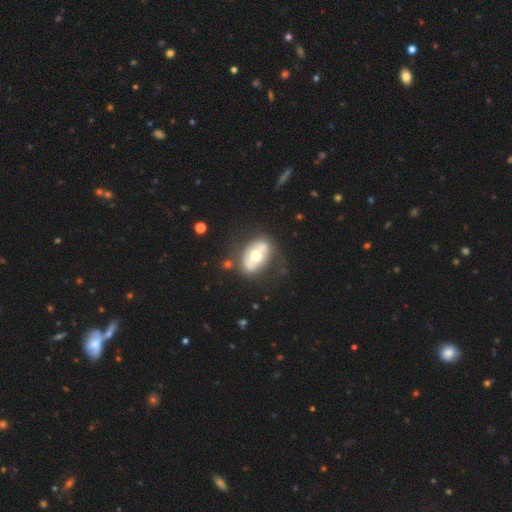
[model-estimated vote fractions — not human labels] Smooth or featured?
  - featured or disk: 53% *
  - smooth: 41%
  - star or artifact: 6%
Edge-on disk?
  - no: 90% *
  - yes: 10%
Merging?
  - none: 65% *
  - minor disturbance: 19%
  - major disturbance: 11%
  - merger: 5%